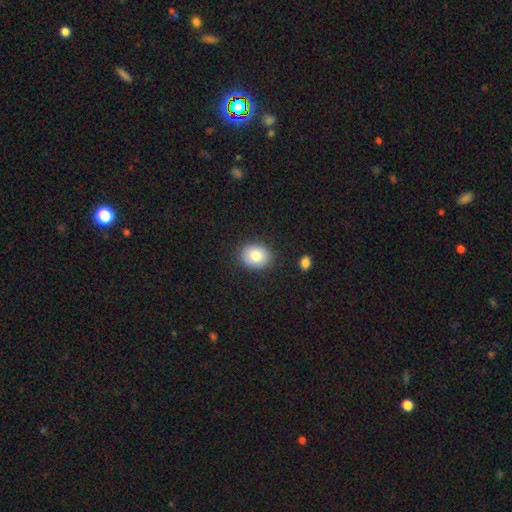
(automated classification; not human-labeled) A smooth galaxy with no disk features (82%) that is round (54%). Merging: none (87%).